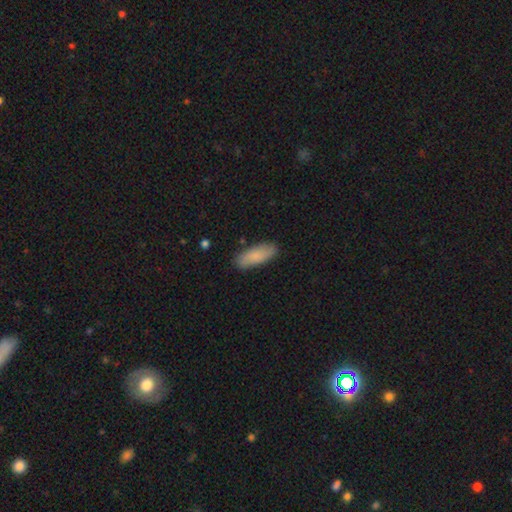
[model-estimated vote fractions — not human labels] Smooth or featured?
  - smooth: 83% *
  - featured or disk: 11%
  - star or artifact: 6%
How rounded?
  - in between: 68% *
  - cigar-shaped: 30%
  - round: 2%
Merging?
  - none: 86% *
  - minor disturbance: 11%
  - major disturbance: 2%
  - merger: 1%